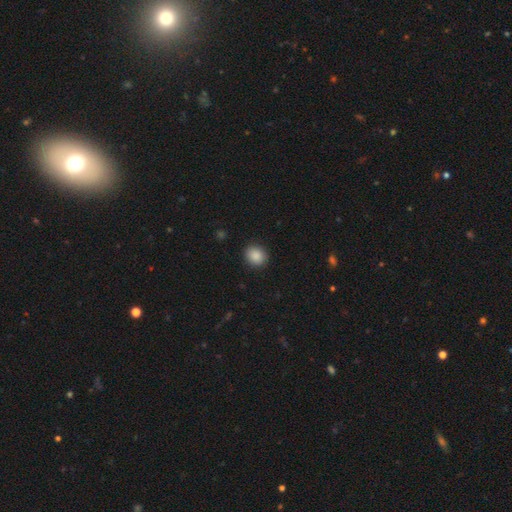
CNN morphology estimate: Smooth or featured: smooth — 89% (star or artifact — 8%)
How rounded: round — 72% (in between — 27%)
Merging: none — 90% (minor disturbance — 7%)